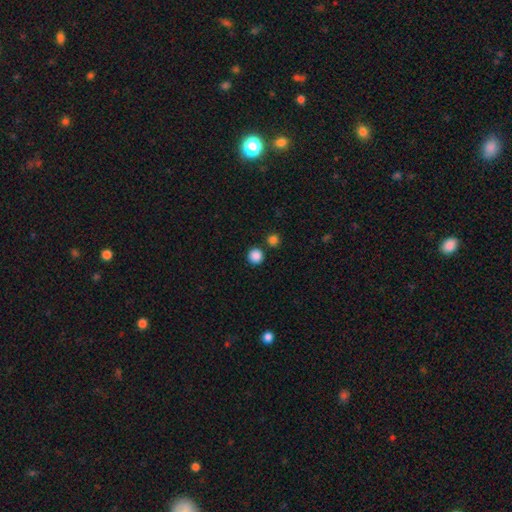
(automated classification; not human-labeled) smooth_or_featured: smooth (p=0.86) [alt: star or artifact p=0.11]
how_rounded: round (p=0.95) [alt: in between p=0.04]
merging: none (p=0.86) [alt: merger p=0.06]